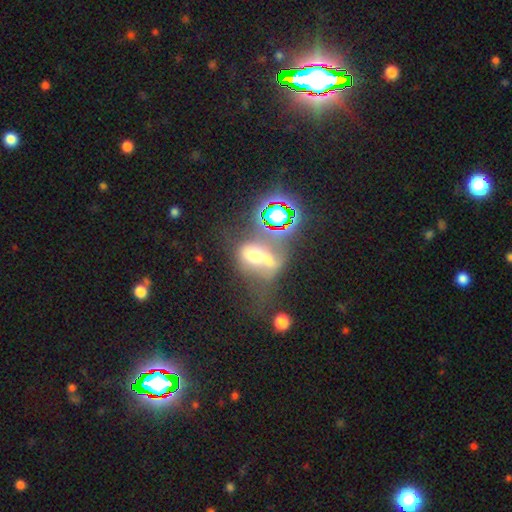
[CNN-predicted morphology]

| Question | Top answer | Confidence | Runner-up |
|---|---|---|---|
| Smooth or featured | smooth | 39% | featured or disk (37%) |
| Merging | merger | 45% | major disturbance (26%) |